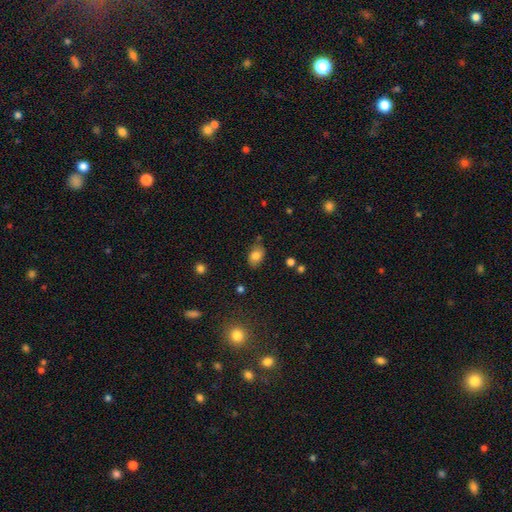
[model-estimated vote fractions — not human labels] The model was most divided on "merging": none: 74%, minor disturbance: 19%, major disturbance: 4%, merger: 3%. More confident: how rounded — in between (83%); smooth or featured — smooth (80%).